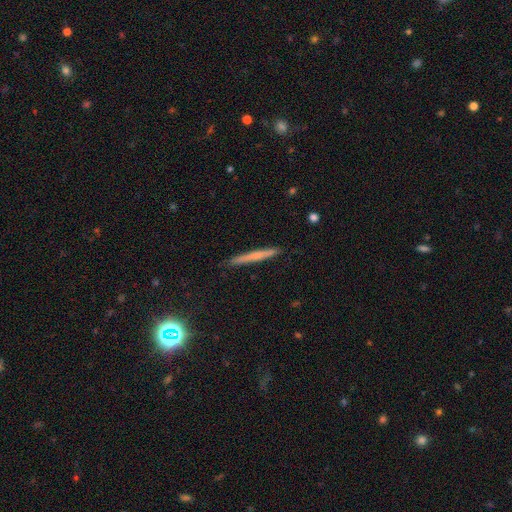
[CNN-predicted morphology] Q: Smooth or featured?
A: smooth (52%); runner-up: featured or disk (39%)
Q: How rounded?
A: cigar-shaped (96%); runner-up: in between (2%)
Q: Merging?
A: none (90%); runner-up: minor disturbance (7%)